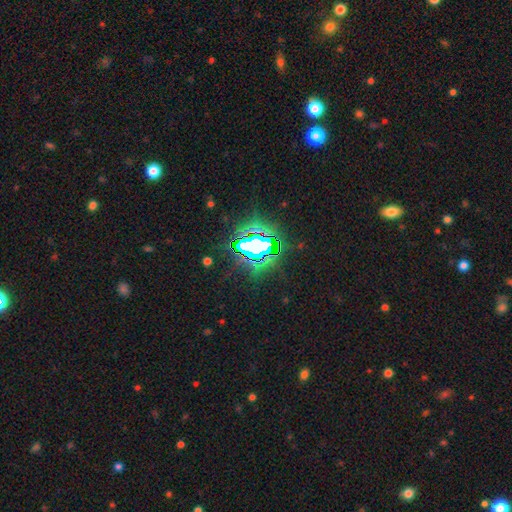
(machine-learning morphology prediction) Overall: star or artifact (78%).